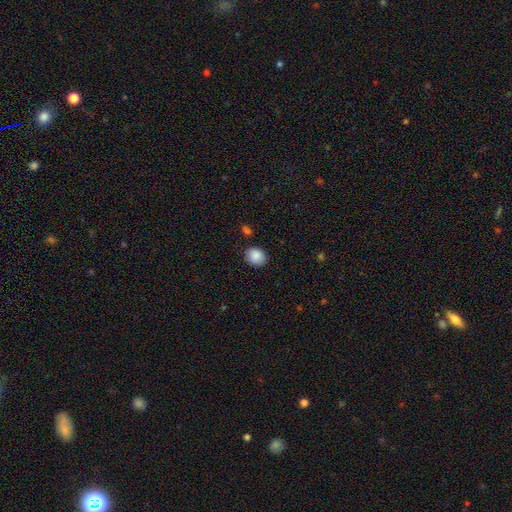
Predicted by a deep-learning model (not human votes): The model was most divided on "how rounded": round: 64%, in between: 35%, cigar-shaped: 1%. More confident: smooth or featured — smooth (88%); merging — none (85%).